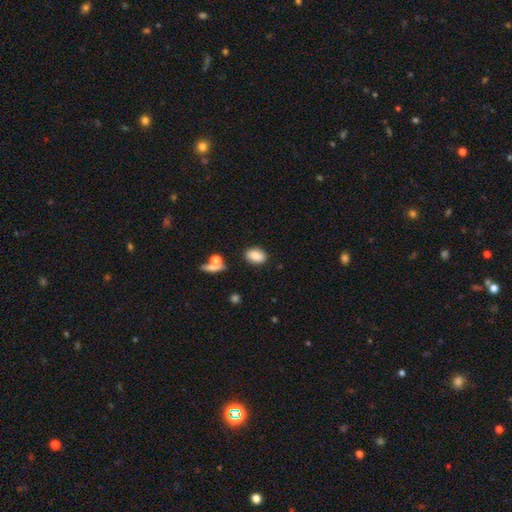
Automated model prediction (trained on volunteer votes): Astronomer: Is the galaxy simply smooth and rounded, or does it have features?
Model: smooth — 81%.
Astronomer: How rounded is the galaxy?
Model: in between — 82%.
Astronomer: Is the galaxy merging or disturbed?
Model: none — 83%.